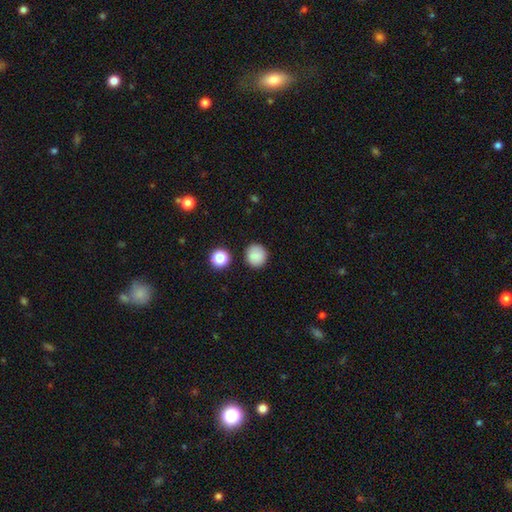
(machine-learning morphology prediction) Q: Smooth or featured?
A: smooth (86%); runner-up: star or artifact (10%)
Q: How rounded?
A: round (90%); runner-up: in between (9%)
Q: Merging?
A: none (88%); runner-up: minor disturbance (7%)